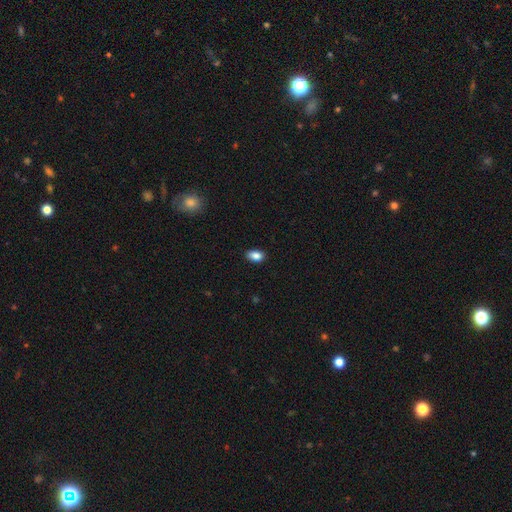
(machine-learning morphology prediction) smooth 87%, star or artifact 9%, featured or disk 5%. Down the decision tree: how rounded — in between (87%); merging — none (87%).